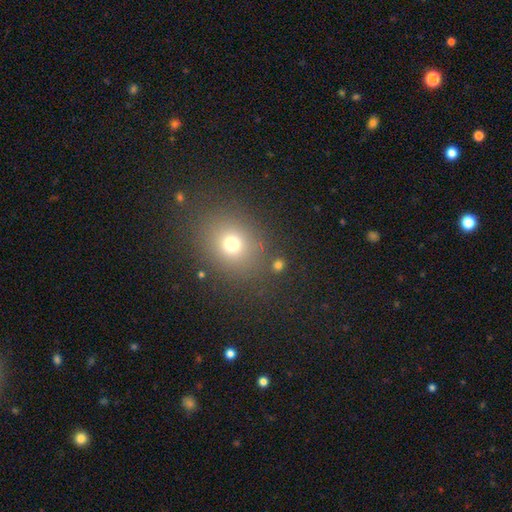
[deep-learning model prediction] Smooth or featured: smooth — 66% (star or artifact — 25%)
How rounded: round — 61% (in between — 38%)
Merging: none — 86% (minor disturbance — 8%)